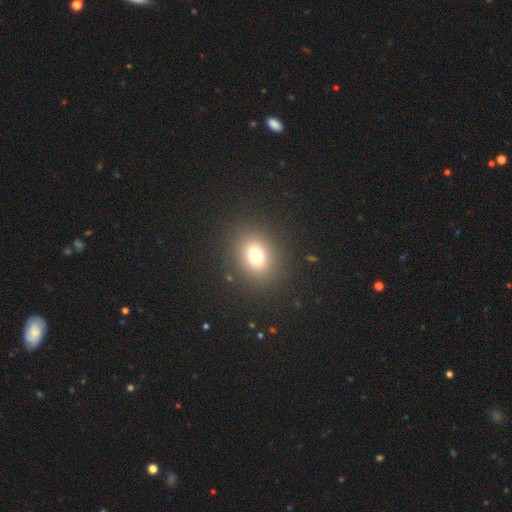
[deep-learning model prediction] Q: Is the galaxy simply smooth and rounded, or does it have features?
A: smooth — 73%.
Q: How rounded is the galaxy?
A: round — 57%.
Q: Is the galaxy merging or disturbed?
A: none — 88%.